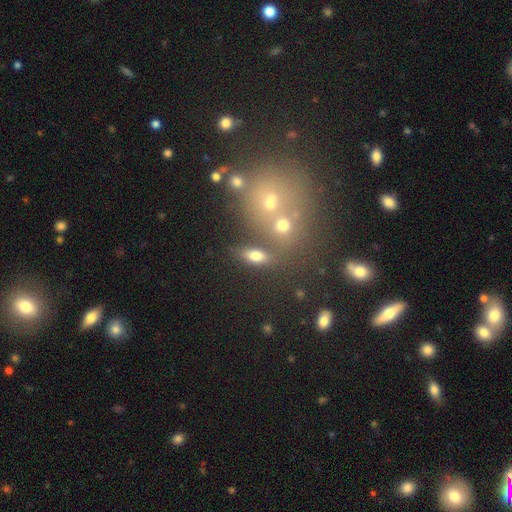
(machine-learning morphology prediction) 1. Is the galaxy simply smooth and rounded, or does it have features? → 70% smooth, 17% featured or disk, 14% star or artifact.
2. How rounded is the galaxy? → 73% in between, 14% round, 13% cigar-shaped.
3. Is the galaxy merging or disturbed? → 66% none, 16% merger, 12% minor disturbance, 6% major disturbance.